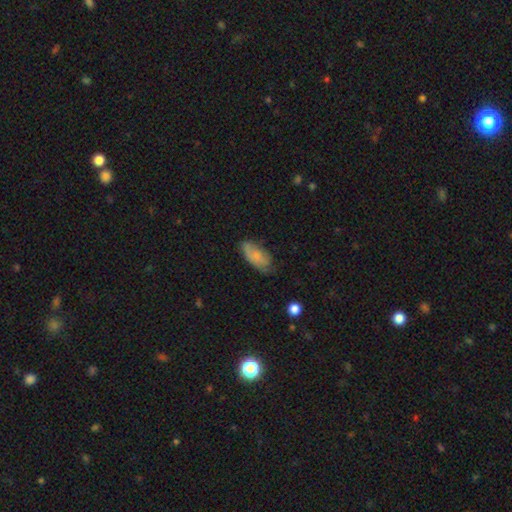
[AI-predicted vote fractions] smooth 69%, featured or disk 24%, star or artifact 7%. Down the decision tree: how rounded — in between (89%); merging — none (55%).